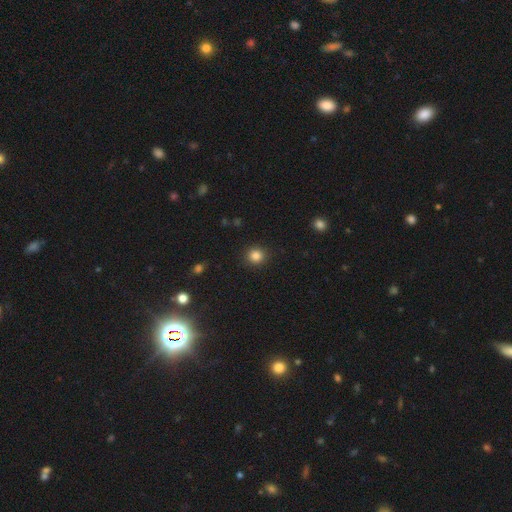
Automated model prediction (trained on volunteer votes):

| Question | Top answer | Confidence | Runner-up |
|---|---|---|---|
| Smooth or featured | smooth | 84% | star or artifact (11%) |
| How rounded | round | 90% | in between (9%) |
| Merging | none | 90% | minor disturbance (6%) |